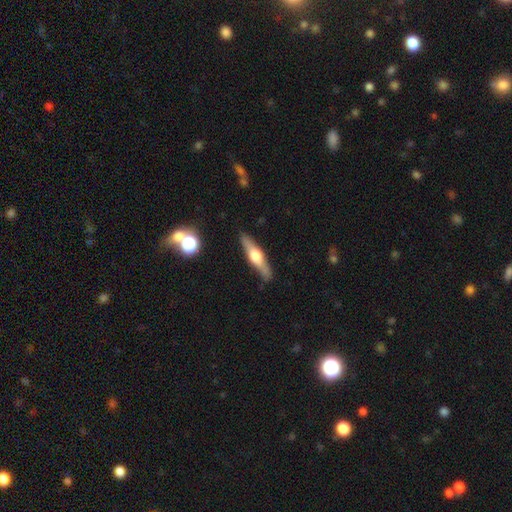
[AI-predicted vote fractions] This is likely a featured or disk galaxy (66%). It is clearly viewed edge-on (96%). Edge-on bulge: clearly rounded (93%). Merging: clearly none (87%).